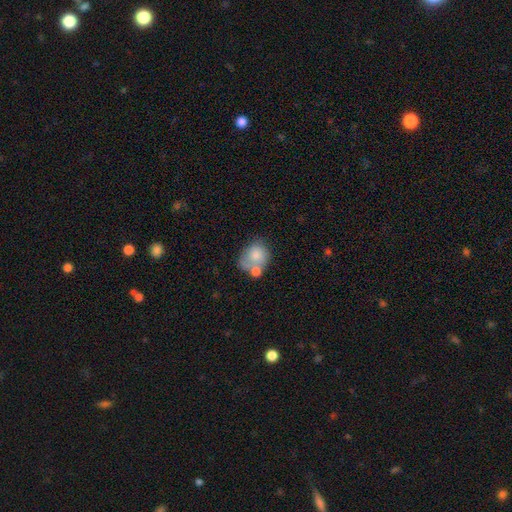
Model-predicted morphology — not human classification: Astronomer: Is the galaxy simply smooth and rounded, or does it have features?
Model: smooth — 74%.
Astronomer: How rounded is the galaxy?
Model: round — 56% (runner-up: in between, 43%).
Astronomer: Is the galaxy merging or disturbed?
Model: merger — 44% (runner-up: none, 29%).